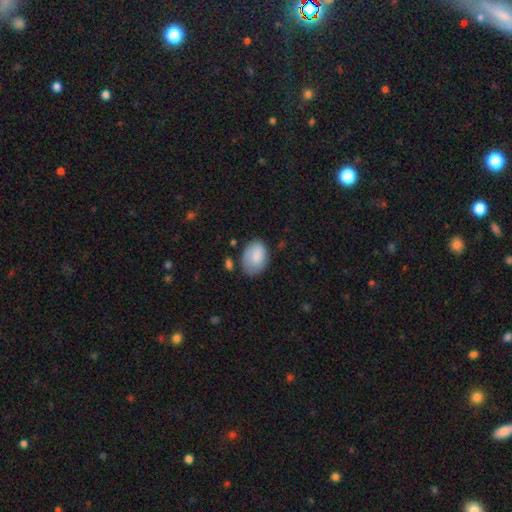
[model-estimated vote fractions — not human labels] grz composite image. It shows a smooth galaxy with no disk features (84%) that is in between round and cigar-shaped (81%). Merging: none (62%).